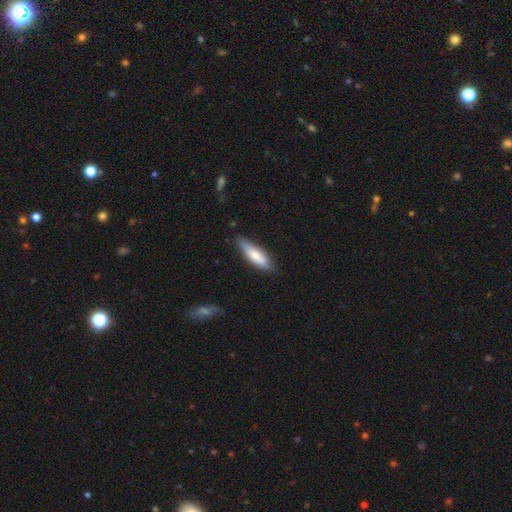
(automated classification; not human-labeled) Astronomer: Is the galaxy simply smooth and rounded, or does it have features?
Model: smooth — 70%.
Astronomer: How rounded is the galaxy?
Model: cigar-shaped — 59% (runner-up: in between, 40%).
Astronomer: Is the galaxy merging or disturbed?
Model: none — 77%.